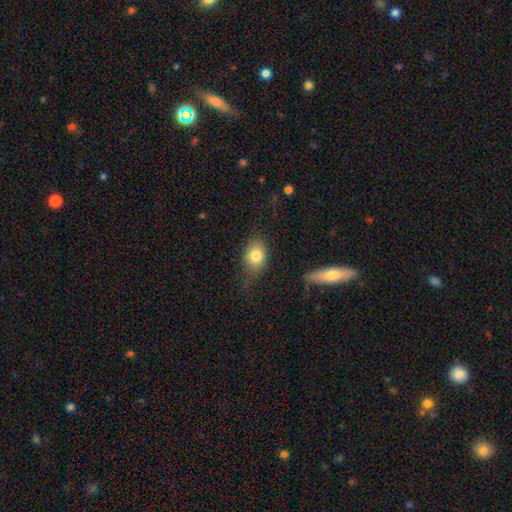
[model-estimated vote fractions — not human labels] The model was most divided on "how rounded": in between: 67%, round: 31%, cigar-shaped: 2%. More confident: smooth or featured — smooth (78%); merging — none (64%).